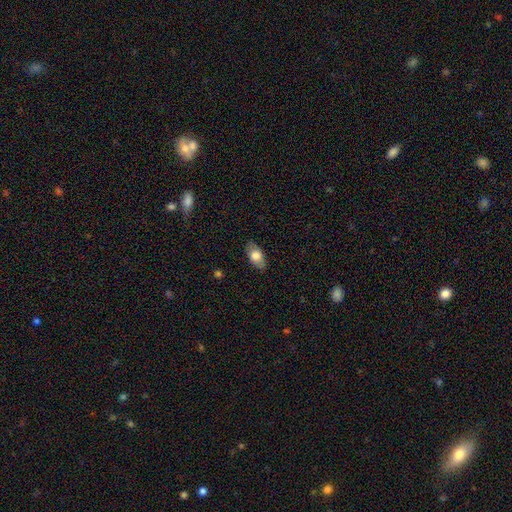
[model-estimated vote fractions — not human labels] This is likely a smooth galaxy (74%). How rounded: clearly in between (91%). Merging: clearly none (83%).